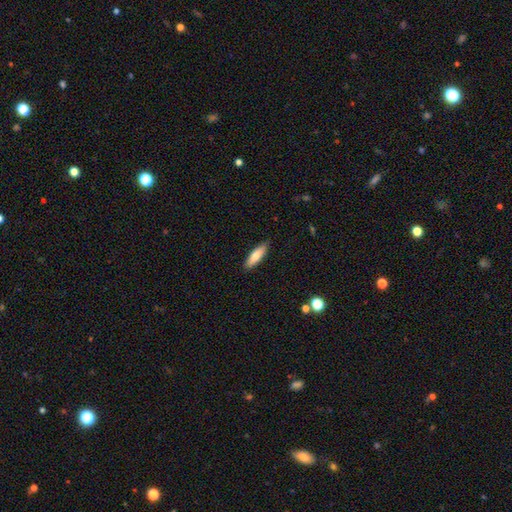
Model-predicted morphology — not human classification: The model was most divided on "how rounded": cigar-shaped: 54%, in between: 44%, round: 2%. More confident: merging — none (89%); smooth or featured — smooth (74%).